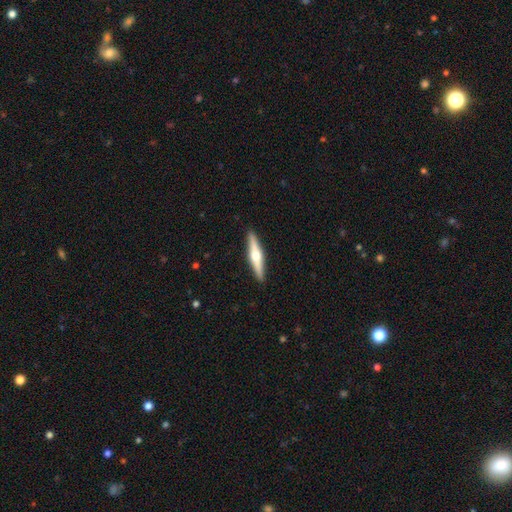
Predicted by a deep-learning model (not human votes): Smooth or featured: featured or disk — 63% (smooth — 32%)
Edge-on disk: yes — 97% (no — 3%)
Edge-on bulge: rounded — 94% (boxy — 3%)
Merging: none — 91% (minor disturbance — 6%)